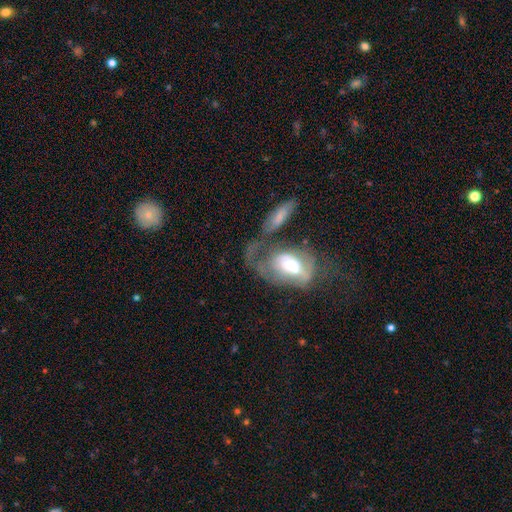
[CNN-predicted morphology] type=featured or disk (58%); edge-on=no (91%); bar=no (62%); spiral arms=yes (51%); bulge=moderate (63%); merging=major disturbance (35%).